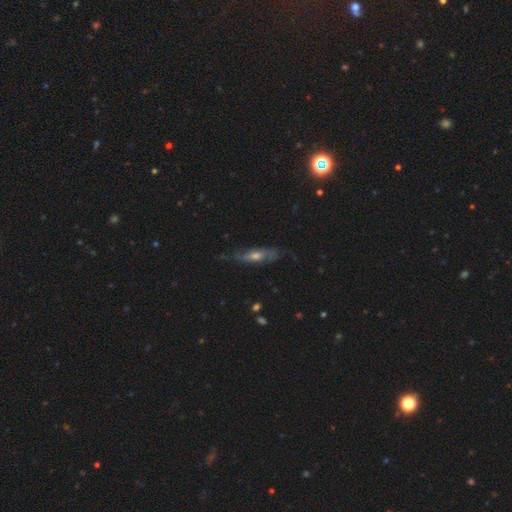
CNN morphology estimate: A featured or disk galaxy (63%). Merging: none (64%).